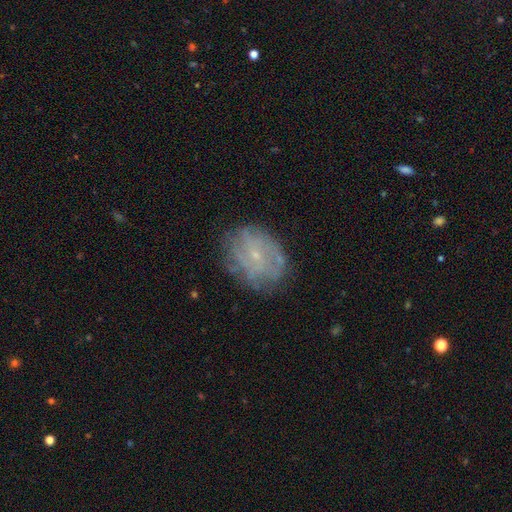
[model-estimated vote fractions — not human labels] featured or disk 65%, smooth 25%, star or artifact 10%. Down the decision tree: edge-on disk — no (97%); bar — no (69%); spiral arms — yes (71%); bulge size — small (80%); merging — none (72%).